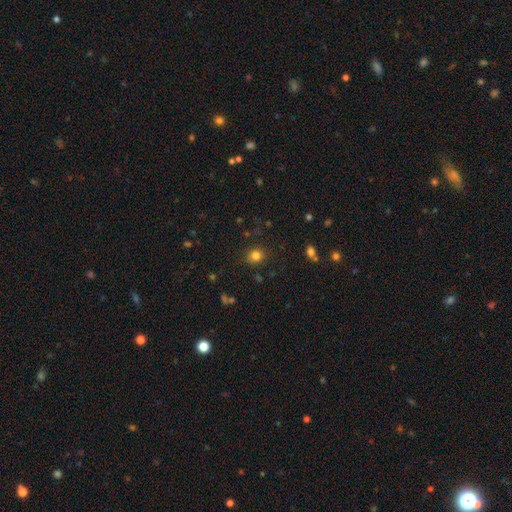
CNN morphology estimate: This is clearly a smooth galaxy (81%). How rounded: clearly round (82%). Merging: clearly none (87%).